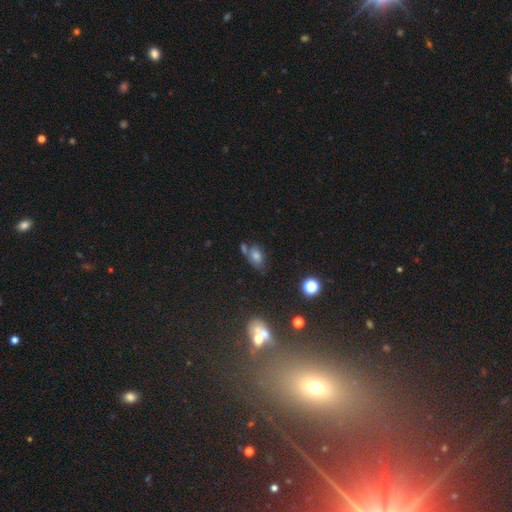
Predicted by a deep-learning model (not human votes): Morphology: type=smooth (67%); roundness=in between (82%); merging=none (49%).